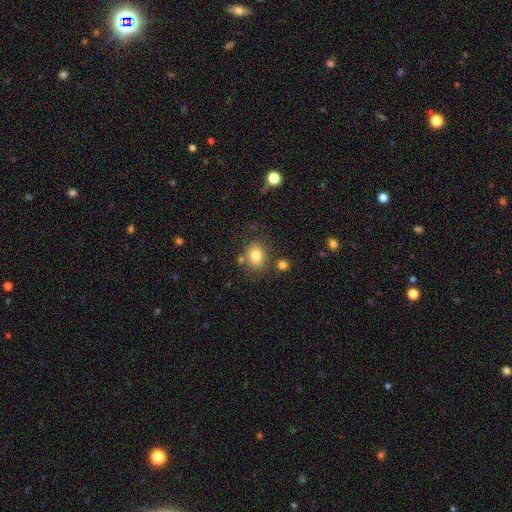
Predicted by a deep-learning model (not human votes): smooth_or_featured: smooth (p=0.79) [alt: star or artifact p=0.11]
how_rounded: round (p=0.52) [alt: in between p=0.47]
merging: none (p=0.74) [alt: minor disturbance p=0.13]